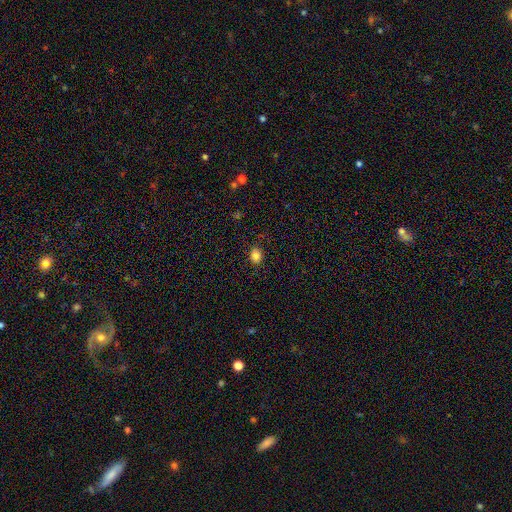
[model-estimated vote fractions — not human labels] smooth-or-featured: smooth: 84% | star or artifact: 11% | featured or disk: 5%
  how-rounded: round: 51% | in between: 48% | cigar-shaped: 1%
  merging: none: 86% | minor disturbance: 10% | major disturbance: 3% | merger: 1%